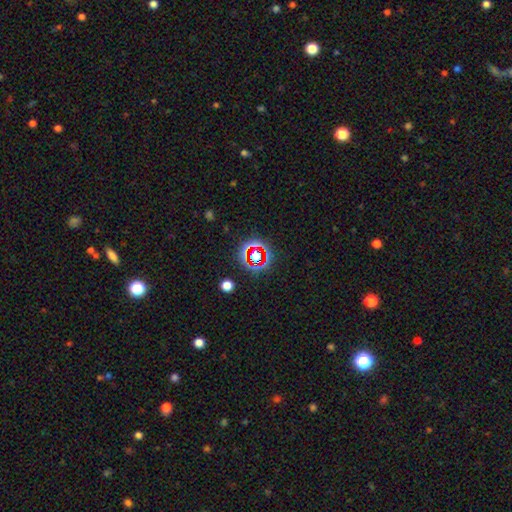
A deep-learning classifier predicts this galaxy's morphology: type=star or artifact (69%).